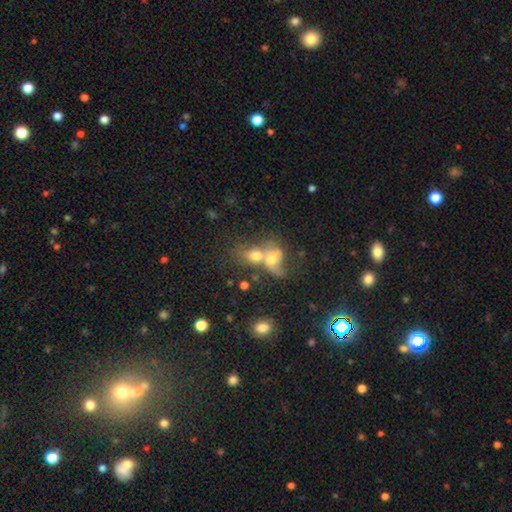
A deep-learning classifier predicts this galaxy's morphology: smooth 57%, featured or disk 30%, star or artifact 12%. Down the decision tree: how rounded — in between (58%); merging — merger (75%).